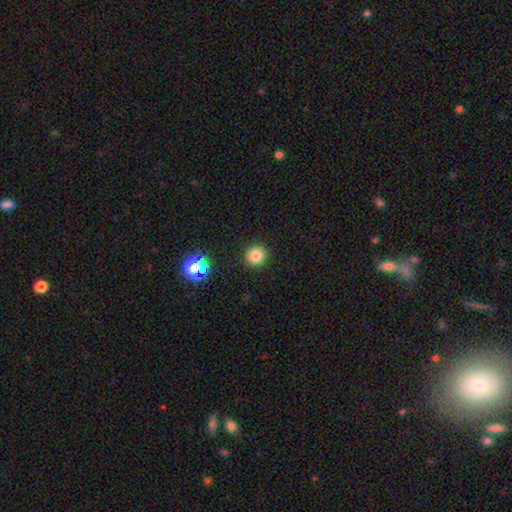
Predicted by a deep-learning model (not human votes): Smooth or featured: smooth — 80% (star or artifact — 14%)
How rounded: round — 94% (in between — 5%)
Merging: none — 92% (minor disturbance — 5%)